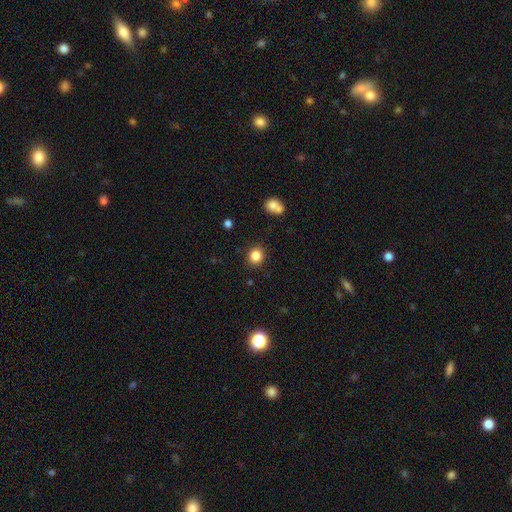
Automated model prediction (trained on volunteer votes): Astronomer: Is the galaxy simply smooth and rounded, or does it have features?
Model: smooth — 85%.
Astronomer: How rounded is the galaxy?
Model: round — 77%.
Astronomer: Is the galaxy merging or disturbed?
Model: none — 88%.